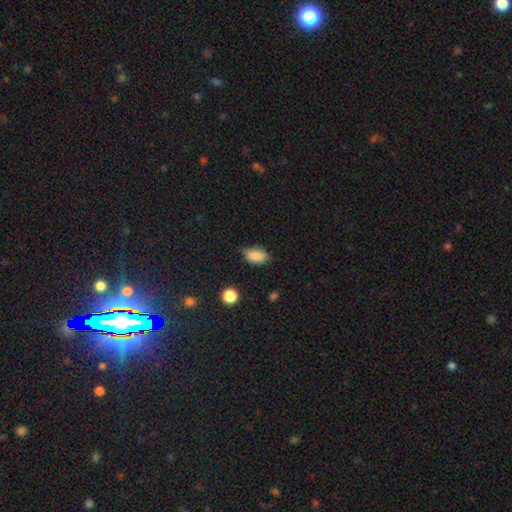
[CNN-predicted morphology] This is clearly a smooth galaxy (84%). How rounded: clearly in between (88%). Merging: likely none (61%).